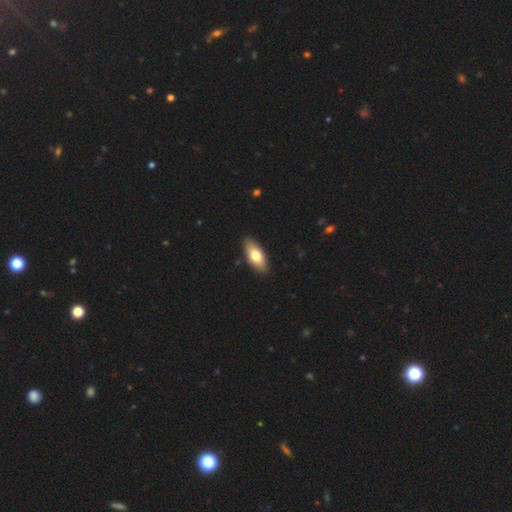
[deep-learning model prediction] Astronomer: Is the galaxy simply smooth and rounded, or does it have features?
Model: smooth — 73%.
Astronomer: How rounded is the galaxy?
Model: in between — 85%.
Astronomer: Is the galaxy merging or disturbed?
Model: none — 88%.